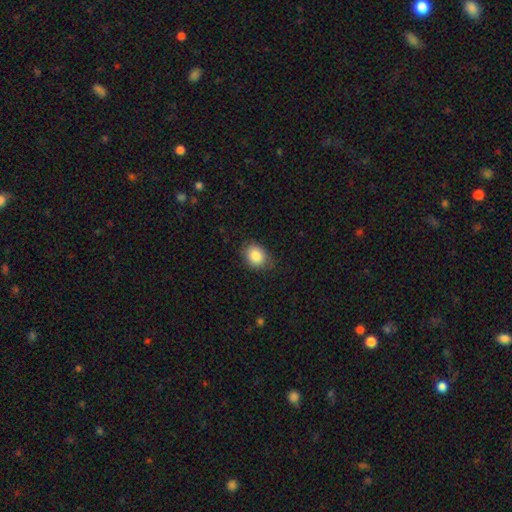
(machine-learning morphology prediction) Smooth or featured: smooth — 86% (star or artifact — 8%)
How rounded: in between — 56% (round — 43%)
Merging: none — 78% (minor disturbance — 18%)